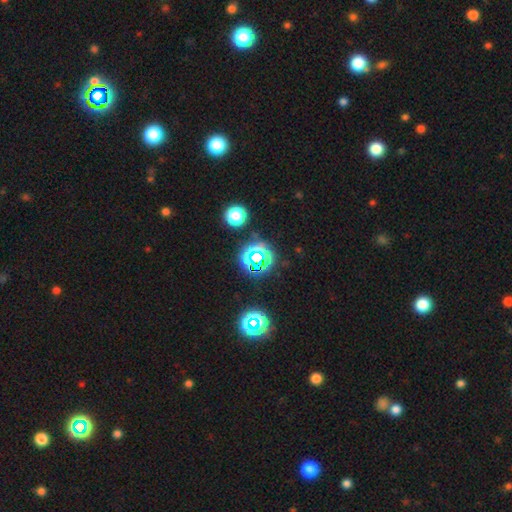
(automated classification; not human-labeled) The model was most divided on "smooth or featured": star or artifact: 71%, smooth: 18%, featured or disk: 11%.